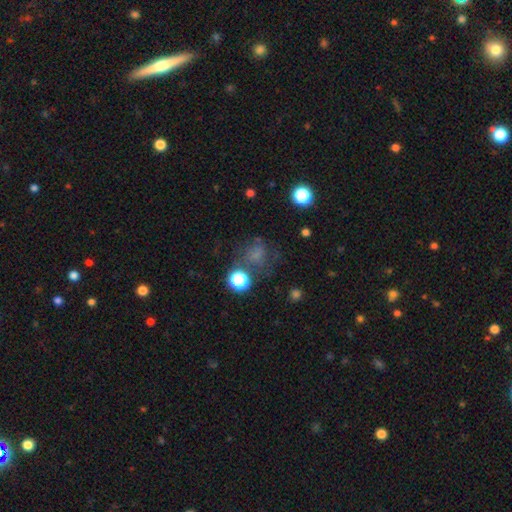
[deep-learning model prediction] Morphology: type=smooth (54%); roundness=round (70%); merging=none (53%).